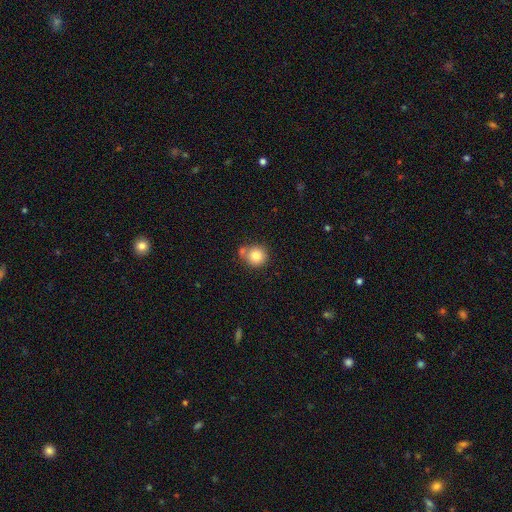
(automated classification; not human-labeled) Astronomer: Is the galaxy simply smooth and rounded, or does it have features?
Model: smooth — 82%.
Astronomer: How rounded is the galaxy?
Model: round — 90%.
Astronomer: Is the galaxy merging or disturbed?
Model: none — 62%.